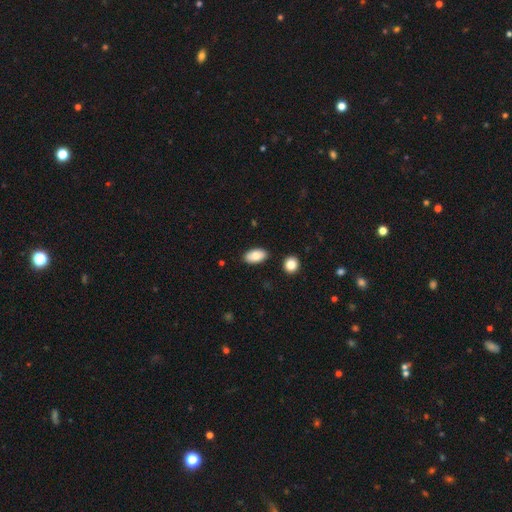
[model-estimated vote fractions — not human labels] Overall: smooth (81%). How rounded: in between (94%). Merging: none (86%).